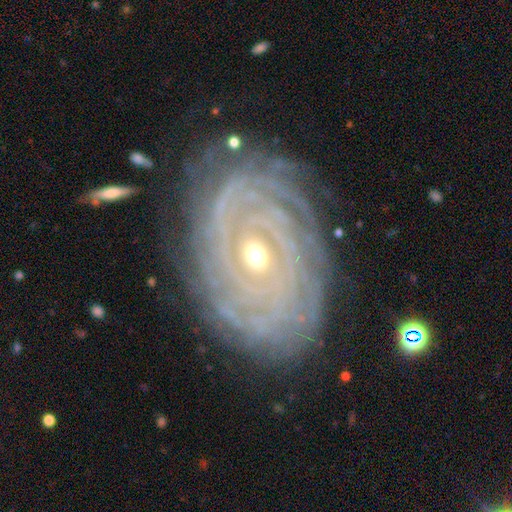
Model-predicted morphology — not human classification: smooth-or-featured: featured or disk: 90% | star or artifact: 5% | smooth: 5%
  disk-edge-on: no: 96% | yes: 4%
    bar: no: 61% | weak: 25% | strong: 14%
    has-spiral-arms: yes: 97% | no: 3%
      spiral-winding: tight: 89% | medium: 9% | loose: 2%
      spiral-arm-count: can't tell: 26% | more than 4: 19% | 4: 18% | 3: 15% | 2: 14% | 1: 8%
    bulge-size: small: 50% | moderate: 48% | large: 1% | dominant: 1% | none: 1%
  merging: none: 83% | minor disturbance: 12% | major disturbance: 4% | merger: 1%